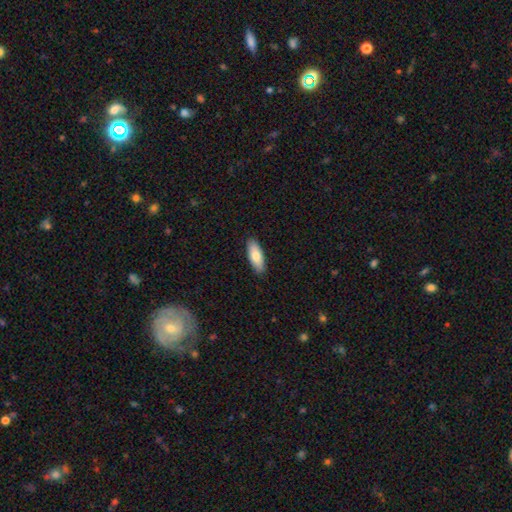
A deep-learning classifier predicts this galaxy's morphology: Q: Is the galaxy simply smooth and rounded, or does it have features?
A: smooth — 78%.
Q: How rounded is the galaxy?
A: in between — 73%.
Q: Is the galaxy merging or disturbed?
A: none — 90%.